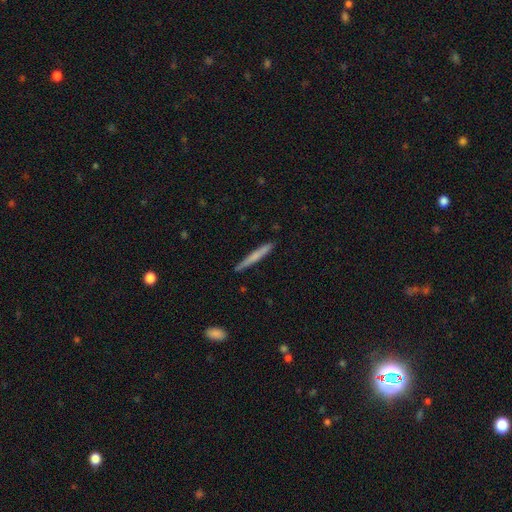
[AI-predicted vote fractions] Q: Smooth or featured?
A: smooth (61%); runner-up: featured or disk (33%)
Q: How rounded?
A: cigar-shaped (96%); runner-up: in between (2%)
Q: Merging?
A: none (88%); runner-up: minor disturbance (9%)